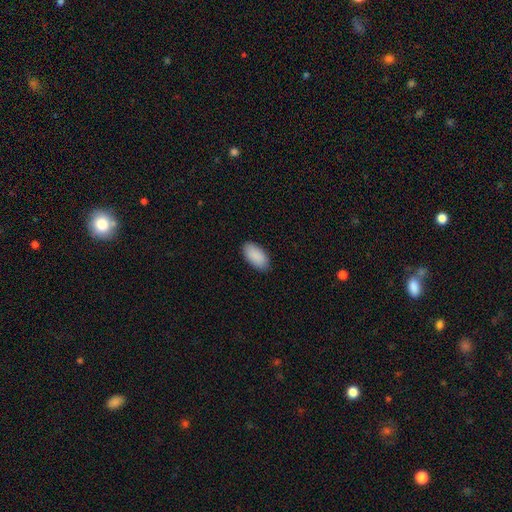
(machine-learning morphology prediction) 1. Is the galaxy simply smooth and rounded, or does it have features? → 91% smooth, 6% star or artifact, 3% featured or disk.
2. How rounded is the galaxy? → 95% in between, 3% cigar-shaped, 2% round.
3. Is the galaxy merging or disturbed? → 87% none, 10% minor disturbance, 2% major disturbance, 1% merger.